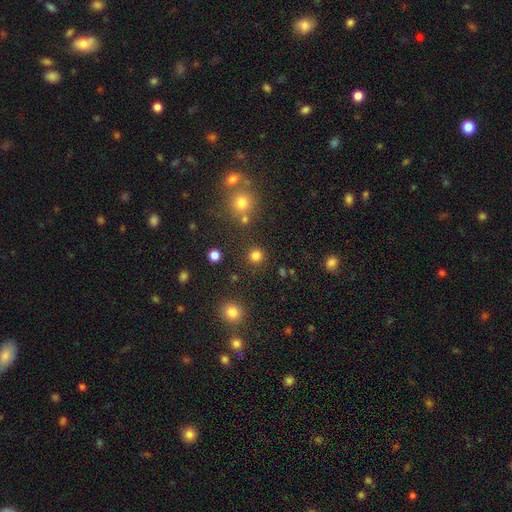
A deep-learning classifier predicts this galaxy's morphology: Smooth or featured?
  - smooth: 81% *
  - star or artifact: 15%
  - featured or disk: 4%
How rounded?
  - round: 94% *
  - in between: 5%
  - cigar-shaped: 1%
Merging?
  - none: 88% *
  - minor disturbance: 6%
  - merger: 4%
  - major disturbance: 3%